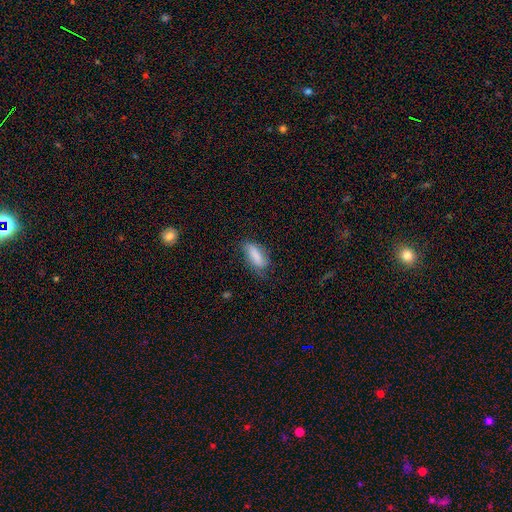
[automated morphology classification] Smooth or featured: smooth — 80% (featured or disk — 13%)
How rounded: in between — 72% (cigar-shaped — 26%)
Merging: none — 61% (minor disturbance — 29%)